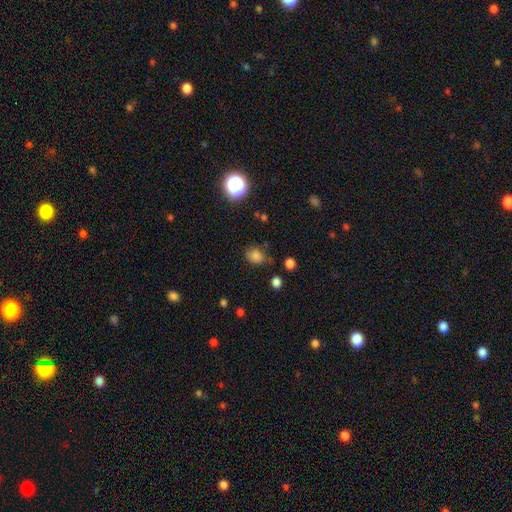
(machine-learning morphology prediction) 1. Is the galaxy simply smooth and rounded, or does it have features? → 78% smooth, 16% star or artifact, 7% featured or disk.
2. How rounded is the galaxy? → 53% in between, 46% round, 1% cigar-shaped.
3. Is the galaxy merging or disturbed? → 67% none, 24% minor disturbance, 6% major disturbance, 3% merger.